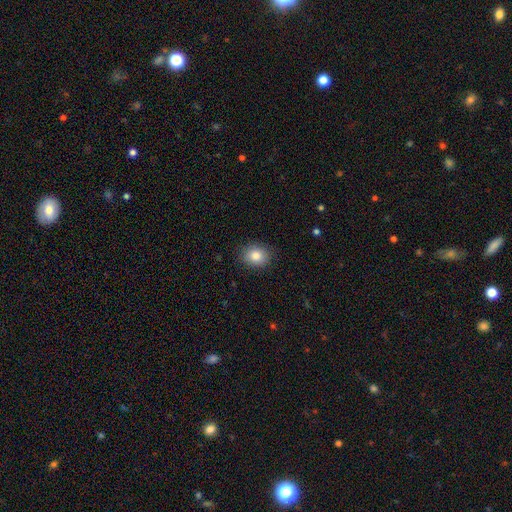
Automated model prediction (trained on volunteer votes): Morphology: type=smooth (84%); roundness=round (56%); merging=none (88%).